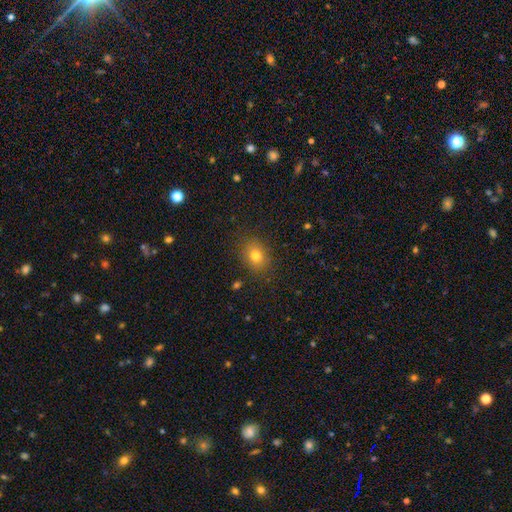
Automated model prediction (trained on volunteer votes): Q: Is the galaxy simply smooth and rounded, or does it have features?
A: smooth — 78%.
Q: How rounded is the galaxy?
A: in between — 50%.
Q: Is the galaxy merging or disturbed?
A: none — 84%.